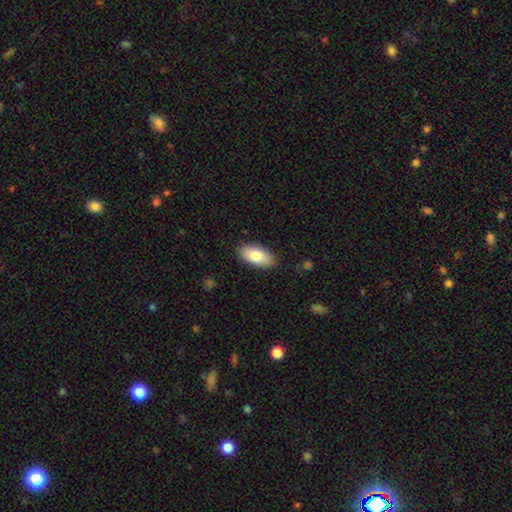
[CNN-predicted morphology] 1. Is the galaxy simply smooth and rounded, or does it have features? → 79% smooth, 15% featured or disk, 6% star or artifact.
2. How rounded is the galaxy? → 93% in between, 4% cigar-shaped, 3% round.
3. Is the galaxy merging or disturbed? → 86% none, 11% minor disturbance, 2% major disturbance, 1% merger.